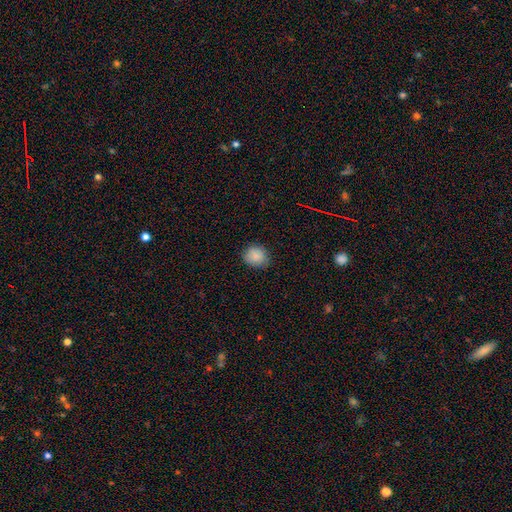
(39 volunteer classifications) Volunteers were most divided on "how rounded": round: 72%, in between: 28%, cigar-shaped: 0%. More confident: smooth or featured — smooth (92%); merging — none (81%).